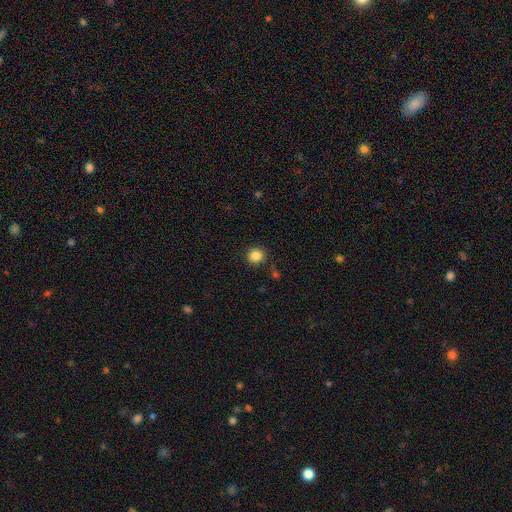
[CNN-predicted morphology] type=smooth (85%); roundness=round (91%); merging=none (88%).